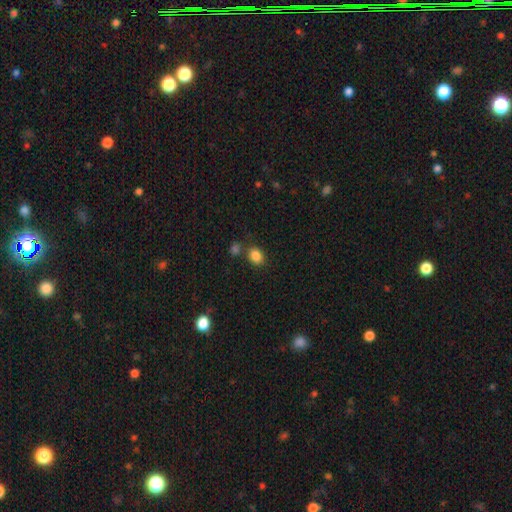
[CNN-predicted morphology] smooth-or-featured: smooth: 85% | star or artifact: 10% | featured or disk: 4%
  how-rounded: in between: 53% | round: 46% | cigar-shaped: 1%
  merging: none: 71% | merger: 14% | minor disturbance: 11% | major disturbance: 4%